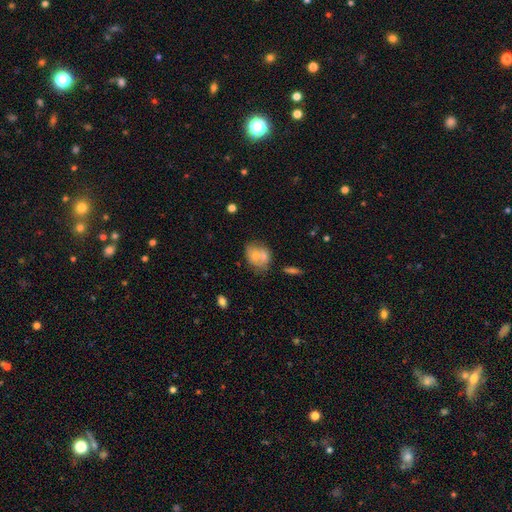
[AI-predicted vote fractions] Smooth or featured: smooth — 59% (featured or disk — 31%)
How rounded: in between — 57% (round — 42%)
Merging: merger — 46% (none — 37%)